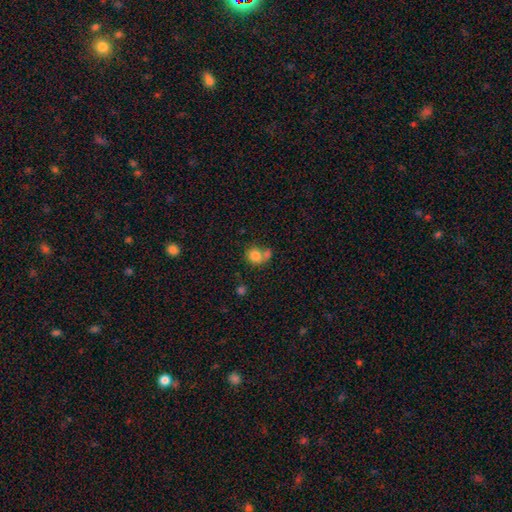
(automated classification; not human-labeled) Q: Smooth or featured?
A: smooth (81%); runner-up: star or artifact (10%)
Q: How rounded?
A: round (75%); runner-up: in between (24%)
Q: Merging?
A: none (42%); runner-up: merger (40%)